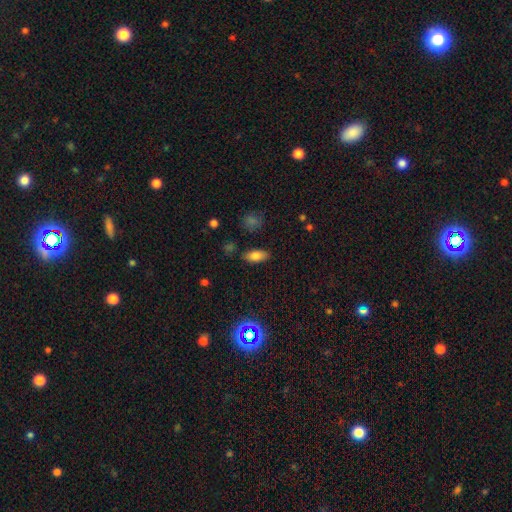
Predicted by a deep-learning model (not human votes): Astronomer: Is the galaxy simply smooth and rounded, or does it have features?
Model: smooth — 79%.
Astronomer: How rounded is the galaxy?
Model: in between — 86%.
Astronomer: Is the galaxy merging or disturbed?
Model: none — 83%.